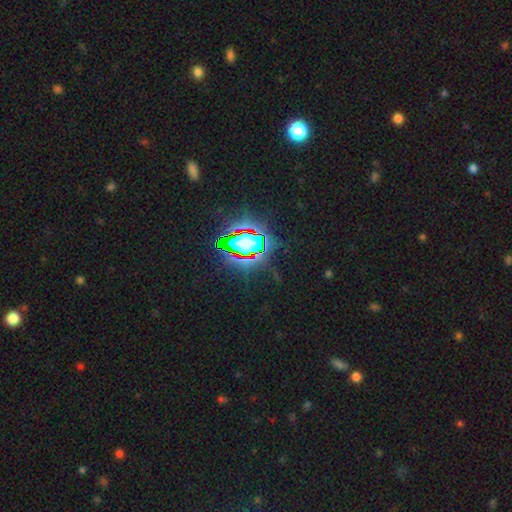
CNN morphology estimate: This is likely a star or artifact rather than a galaxy (78%).